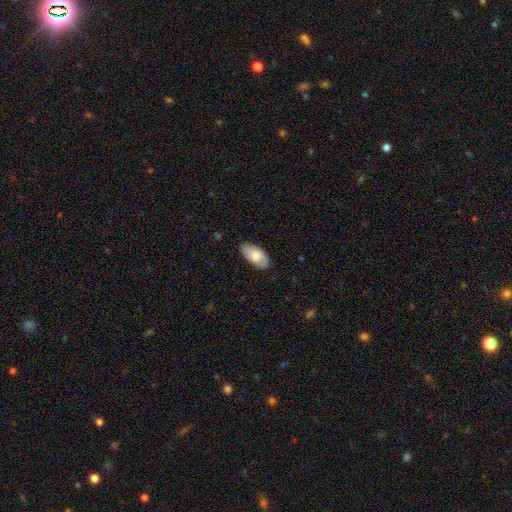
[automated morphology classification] This is likely a smooth galaxy (70%). How rounded: clearly in between (94%). Merging: likely none (75%).